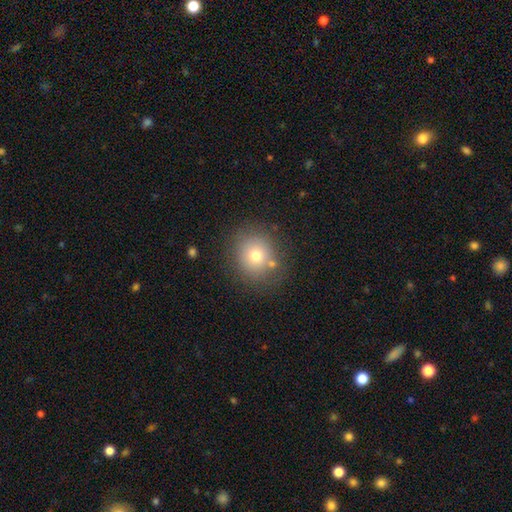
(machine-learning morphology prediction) This is likely a smooth galaxy (71%). How rounded: clearly round (84%). Merging: likely none (77%).